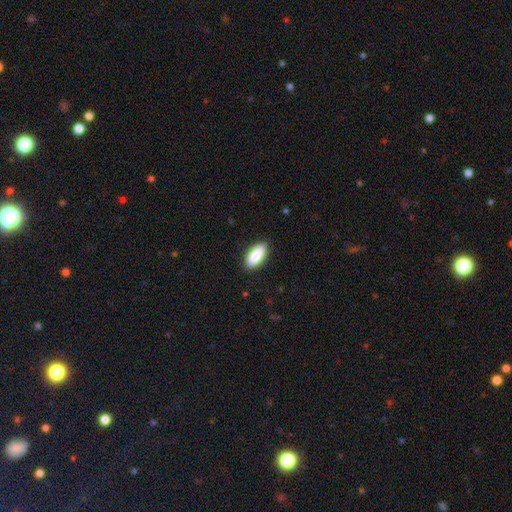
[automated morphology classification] Smooth or featured? Predicted: smooth (p=0.85). How rounded? Predicted: in between (p=0.79). Merging? Predicted: none (p=0.87).